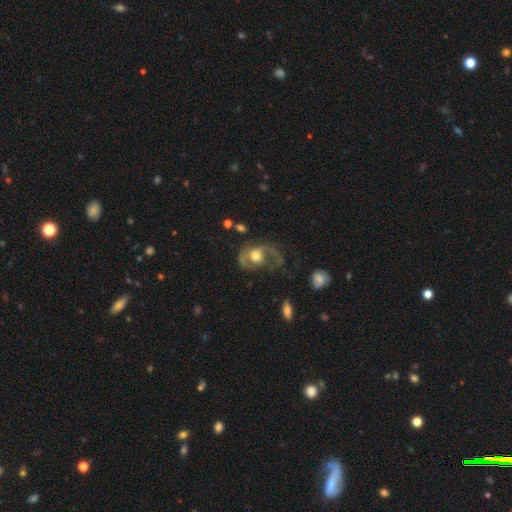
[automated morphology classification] This appears to be a featured or disk galaxy (66%) with no bar (70%), spiral arms (72%) and a moderate central bulge (61%). Merging: major disturbance (42%).